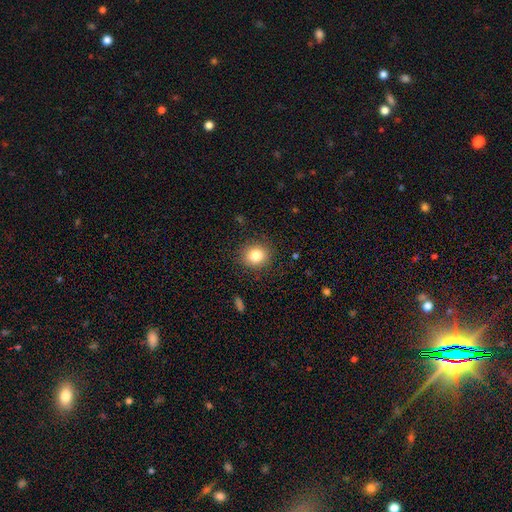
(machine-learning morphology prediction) This is clearly a smooth galaxy (82%). How rounded: clearly round (81%). Merging: clearly none (88%).